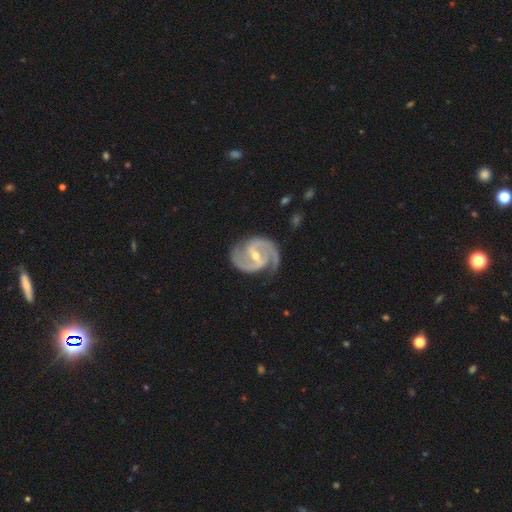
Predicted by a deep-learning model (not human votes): Morphology: type=featured or disk (93%); edge-on=no (98%); bar=strong (45%); spiral arms=yes (98%); winding=medium (58%); arm count=2 (92%); bulge=small (51%); merging=none (77%).